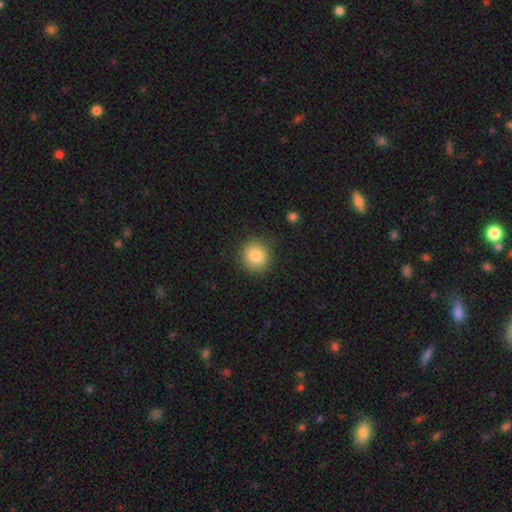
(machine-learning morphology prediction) type=smooth (83%); roundness=round (90%); merging=none (87%).